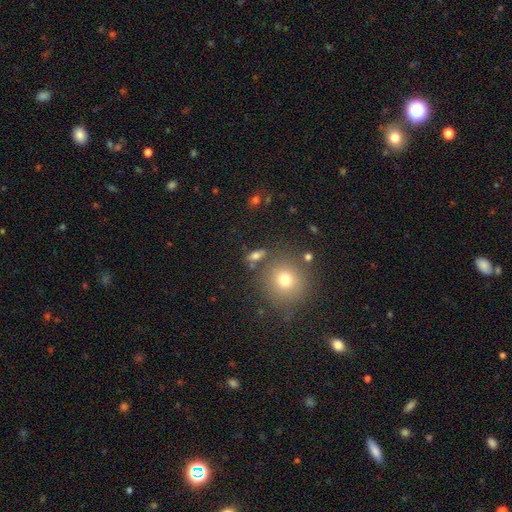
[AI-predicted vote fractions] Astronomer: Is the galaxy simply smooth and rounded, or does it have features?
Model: smooth — 68%.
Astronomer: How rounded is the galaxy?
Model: in between — 60%.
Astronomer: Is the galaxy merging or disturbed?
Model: none — 74%.